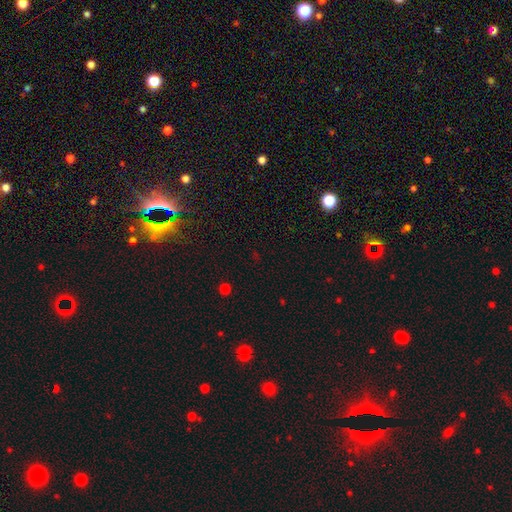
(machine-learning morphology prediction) Smooth or featured: star or artifact — 67% (smooth — 26%)